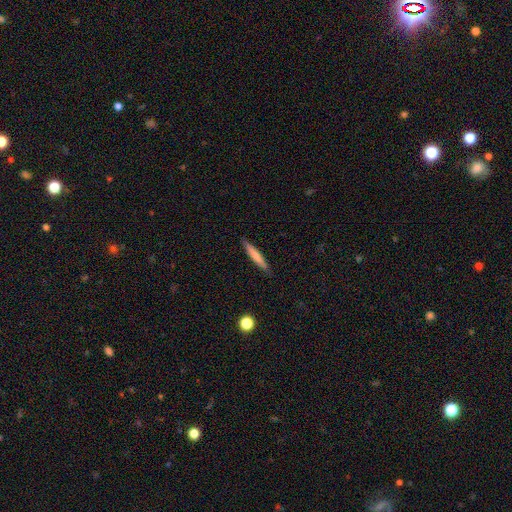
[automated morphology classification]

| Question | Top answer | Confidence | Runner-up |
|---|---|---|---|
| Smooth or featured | smooth | 68% | featured or disk (26%) |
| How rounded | cigar-shaped | 93% | in between (5%) |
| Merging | none | 89% | minor disturbance (9%) |